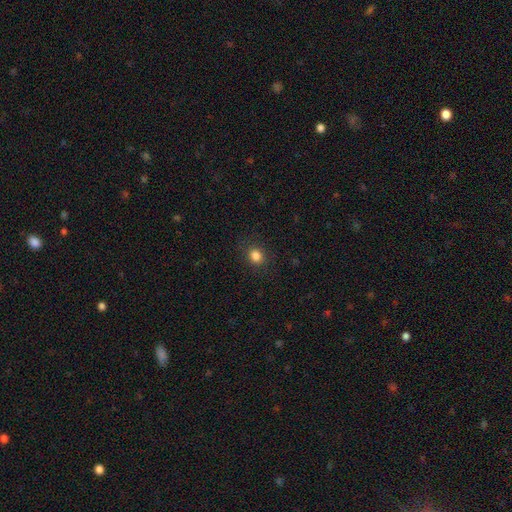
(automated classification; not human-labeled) Smooth or featured: smooth — 83% (star or artifact — 12%)
How rounded: round — 71% (in between — 28%)
Merging: none — 88% (minor disturbance — 8%)